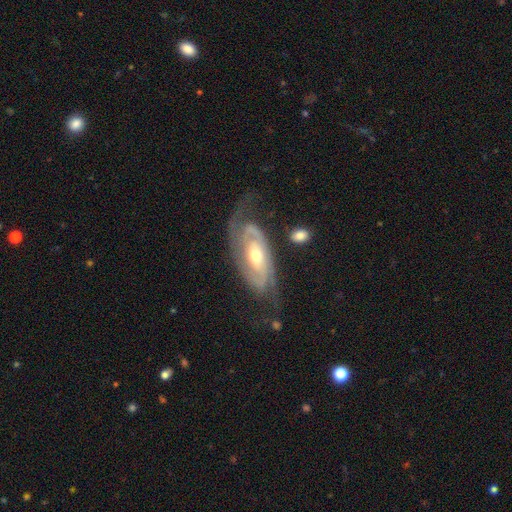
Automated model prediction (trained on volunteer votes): featured or disk 86%, smooth 9%, star or artifact 5%. Down the decision tree: edge-on disk — no (93%); bar — no (55%); spiral arms — yes (94%); spiral arm count — 2 (67%); spiral winding — tight (51%); bulge size — moderate (62%); merging — none (62%).